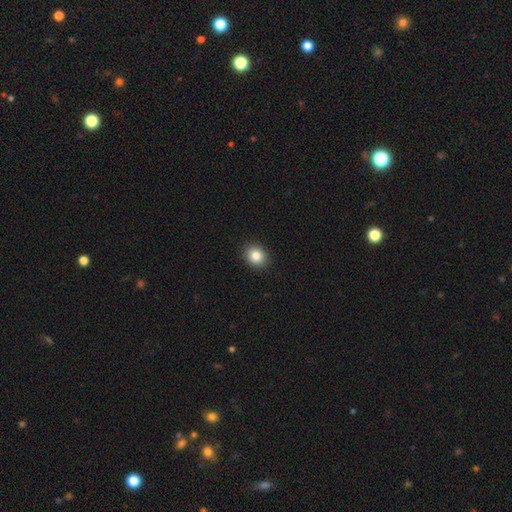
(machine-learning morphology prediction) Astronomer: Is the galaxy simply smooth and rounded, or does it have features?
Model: smooth — 85%.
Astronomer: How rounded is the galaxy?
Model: round — 64%.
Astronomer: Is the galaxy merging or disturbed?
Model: none — 91%.